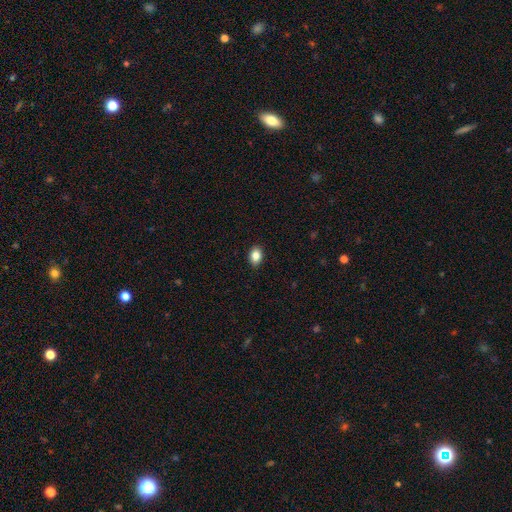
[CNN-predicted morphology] Overall: smooth (85%). How rounded: in between (75%). Merging: none (90%).